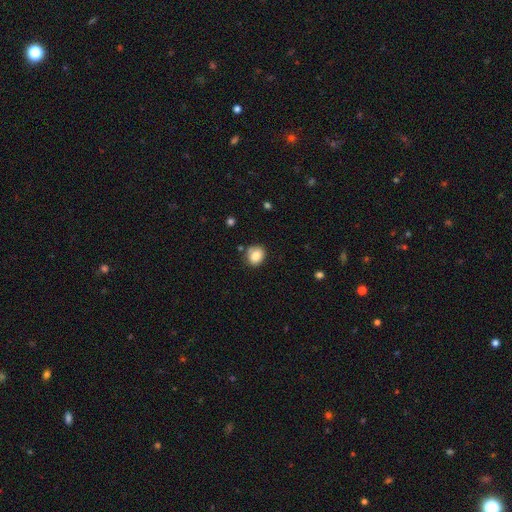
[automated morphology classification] Smooth or featured? smooth (84%)
How rounded? round (61%)
Merging? none (73%)